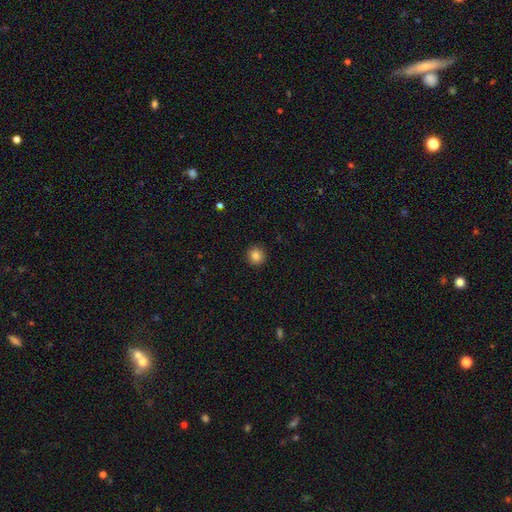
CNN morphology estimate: Smooth or featured? Predicted: smooth (p=0.84). How rounded? Predicted: round (p=0.94). Merging? Predicted: none (p=0.93).